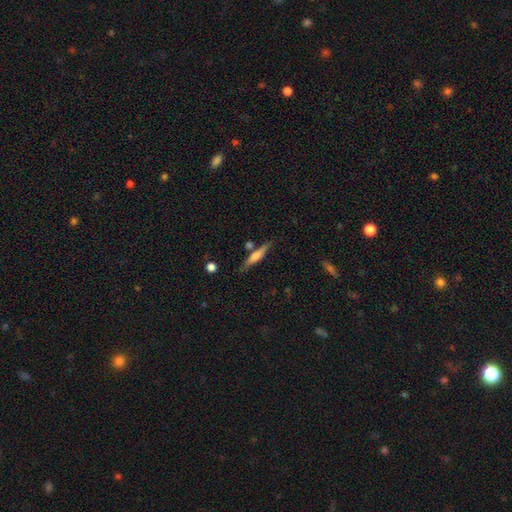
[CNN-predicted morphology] smooth_or_featured: featured or disk (p=0.47) [alt: smooth p=0.46]
merging: none (p=0.76) [alt: minor disturbance p=0.12]